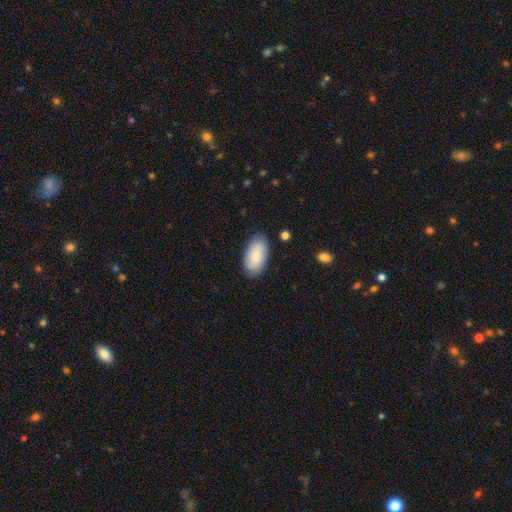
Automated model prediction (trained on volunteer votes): Smooth or featured: smooth — 83% (featured or disk — 11%)
How rounded: in between — 95% (cigar-shaped — 3%)
Merging: none — 84% (minor disturbance — 12%)